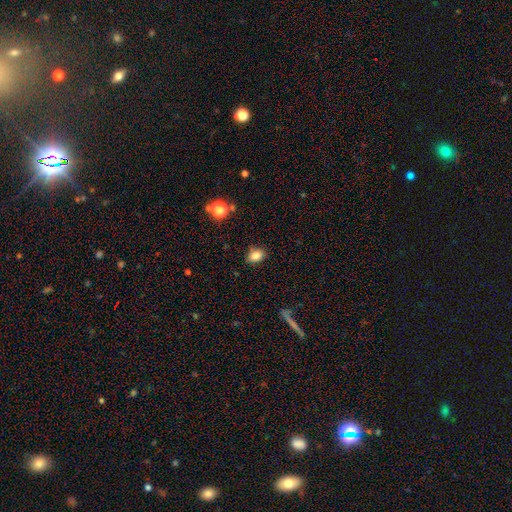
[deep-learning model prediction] Smooth or featured? smooth (82%)
How rounded? in between (71%)
Merging? none (83%)